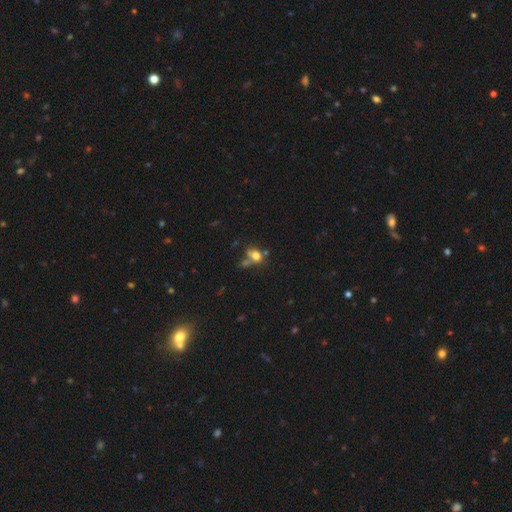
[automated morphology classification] smooth_or_featured: smooth (p=0.68) [alt: featured or disk p=0.16]
how_rounded: in between (p=0.52) [alt: round p=0.45]
merging: none (p=0.38) [alt: merger p=0.35]